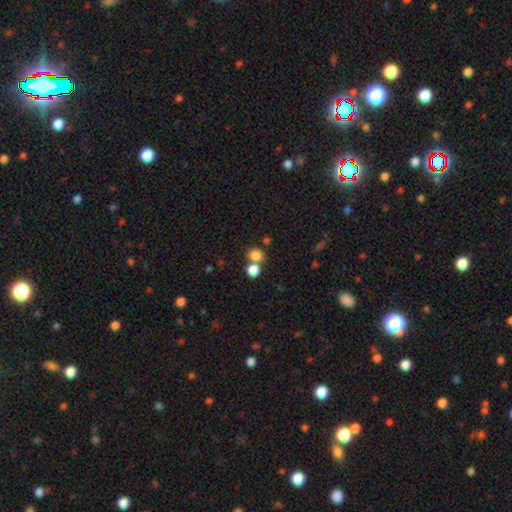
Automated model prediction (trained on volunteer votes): The model was most divided on "merging": none: 56%, merger: 33%, minor disturbance: 8%, major disturbance: 4%. More confident: smooth or featured — smooth (80%); how rounded — round (74%).